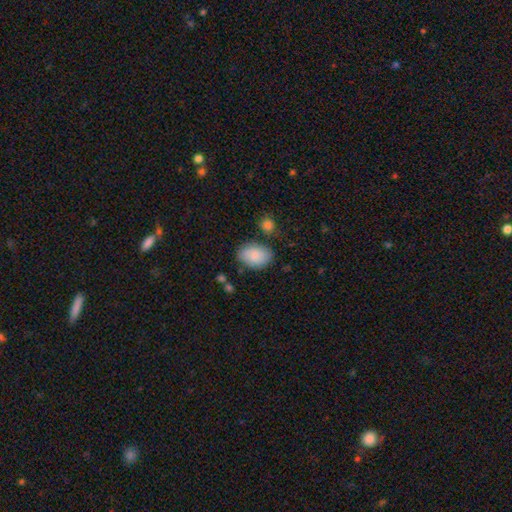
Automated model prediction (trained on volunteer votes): Smooth or featured? Predicted: smooth (p=0.81). How rounded? Predicted: in between (p=0.82). Merging? Predicted: none (p=0.73).